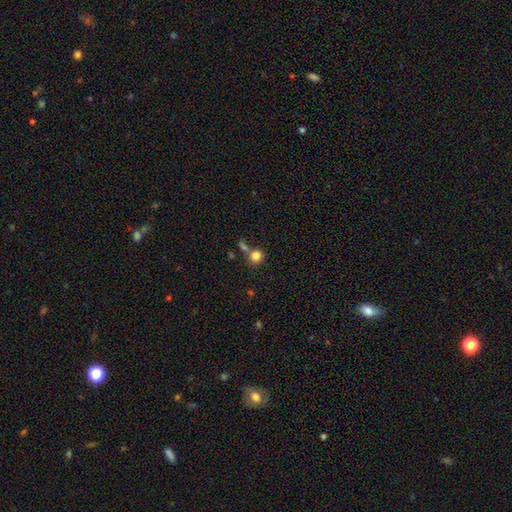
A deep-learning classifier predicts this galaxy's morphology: smooth 82%, star or artifact 11%, featured or disk 6%. Down the decision tree: how rounded — round (86%); merging — none (61%).